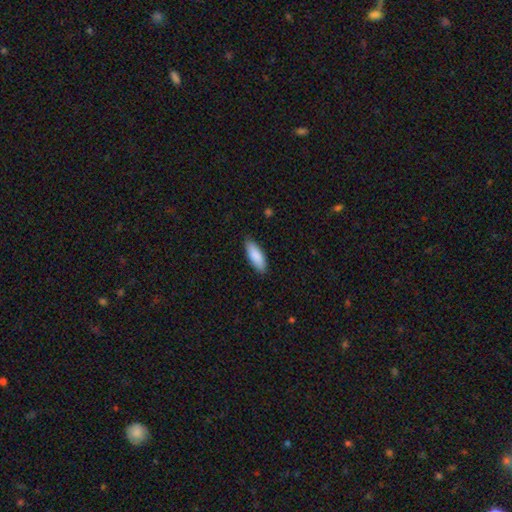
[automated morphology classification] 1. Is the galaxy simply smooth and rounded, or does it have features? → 88% smooth, 7% featured or disk, 5% star or artifact.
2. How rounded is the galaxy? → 66% in between, 33% cigar-shaped, 2% round.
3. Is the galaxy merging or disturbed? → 86% none, 11% minor disturbance, 2% major disturbance, 1% merger.